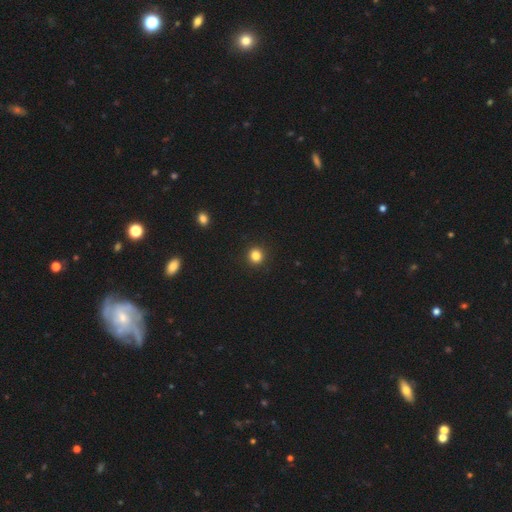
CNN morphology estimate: A smooth galaxy with no disk features (84%) that is round (92%).

Vote fractions:
- Smooth or featured? smooth: 84% / star or artifact: 12% / featured or disk: 4%
- How rounded? round: 92% / in between: 7% / cigar-shaped: 1%
- Merging? none: 93% / minor disturbance: 4% / major disturbance: 2% / merger: 1%